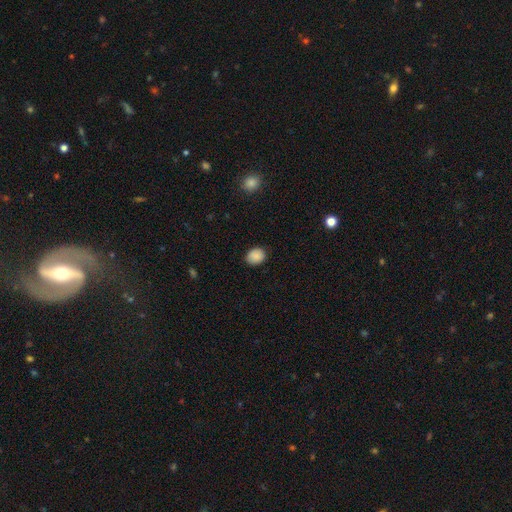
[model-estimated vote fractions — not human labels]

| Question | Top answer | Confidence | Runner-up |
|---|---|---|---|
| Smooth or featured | smooth | 88% | star or artifact (8%) |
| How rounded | round | 52% | in between (47%) |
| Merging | none | 86% | minor disturbance (11%) |